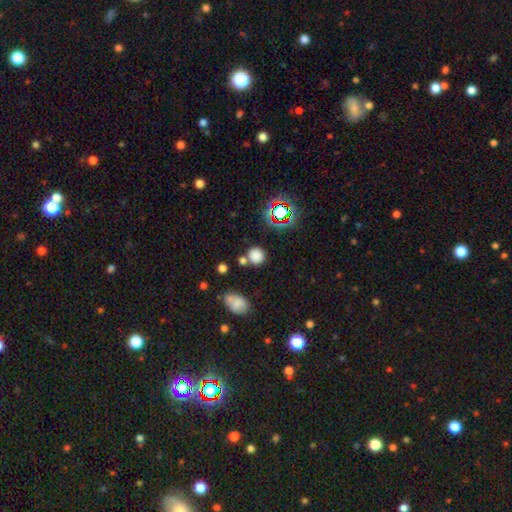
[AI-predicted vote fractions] Q: Smooth or featured?
A: smooth (76%); runner-up: star or artifact (18%)
Q: How rounded?
A: round (90%); runner-up: in between (9%)
Q: Merging?
A: none (70%); runner-up: merger (15%)